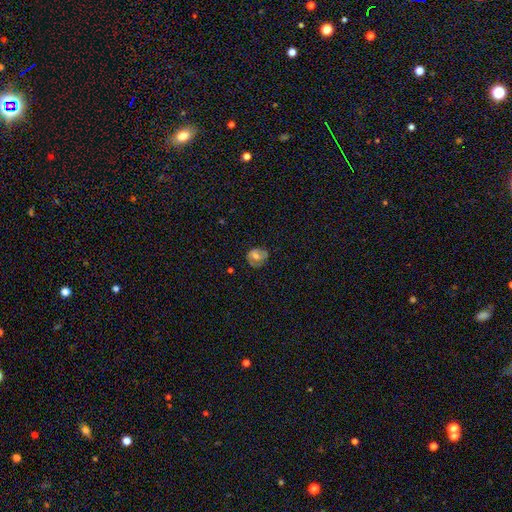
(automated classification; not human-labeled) smooth 58%, featured or disk 32%, star or artifact 10%. Down the decision tree: how rounded — round (63%); merging — none (69%).